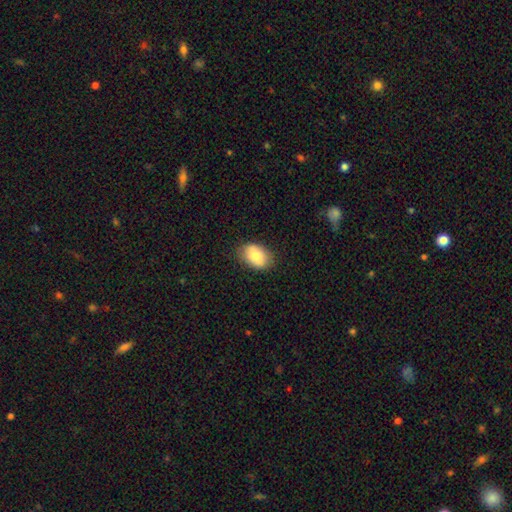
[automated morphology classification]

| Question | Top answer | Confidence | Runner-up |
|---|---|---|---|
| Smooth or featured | smooth | 81% | featured or disk (12%) |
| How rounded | in between | 86% | round (13%) |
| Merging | none | 82% | minor disturbance (14%) |